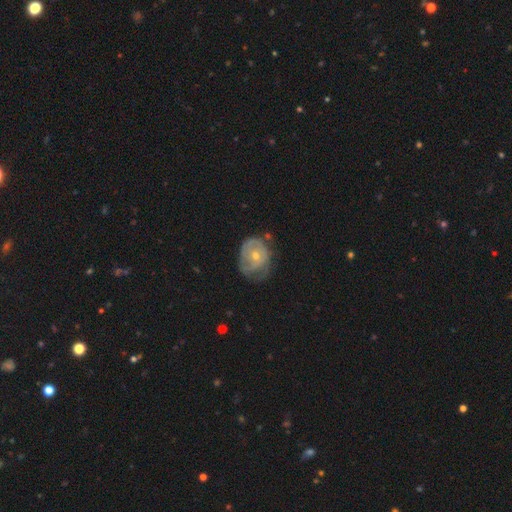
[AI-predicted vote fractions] Smooth or featured: featured or disk — 68% (smooth — 25%)
Edge-on disk: no — 97% (yes — 3%)
Bar: no — 79% (weak — 17%)
Spiral arms: yes — 71% (no — 29%)
Bulge size: small — 53% (moderate — 44%)
Merging: none — 51% (minor disturbance — 30%)